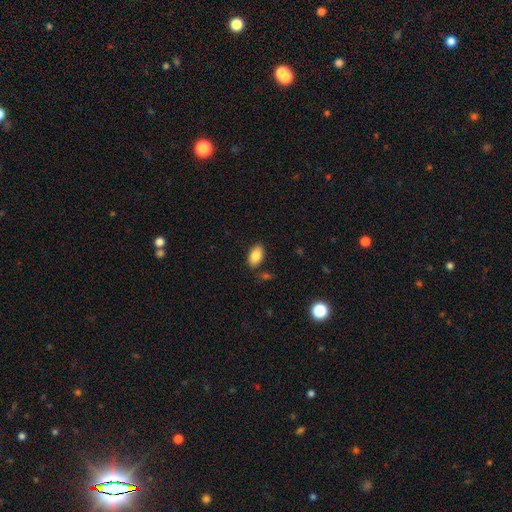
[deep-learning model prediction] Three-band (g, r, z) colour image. It shows a smooth galaxy with no disk features (86%) that is in between round and cigar-shaped (93%). Merging: none (82%).